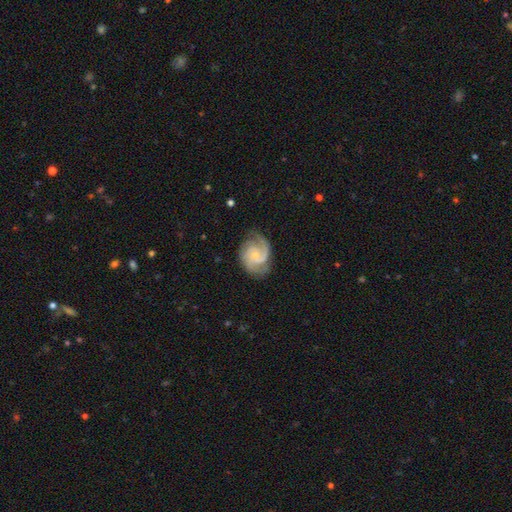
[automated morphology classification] smooth-or-featured: featured or disk: 87% | smooth: 8% | star or artifact: 5%
  disk-edge-on: no: 98% | yes: 2%
    bar: no: 65% | weak: 30% | strong: 5%
    has-spiral-arms: yes: 98% | no: 2%
      spiral-winding: medium: 46% | tight: 42% | loose: 11%
      spiral-arm-count: 2: 59% | 3: 22% | can't tell: 8% | 1: 5% | 4: 3% | more than 4: 3%
    bulge-size: small: 72% | moderate: 19% | none: 6% | large: 1% | dominant: 1%
  merging: none: 72% | minor disturbance: 19% | major disturbance: 8% | merger: 1%